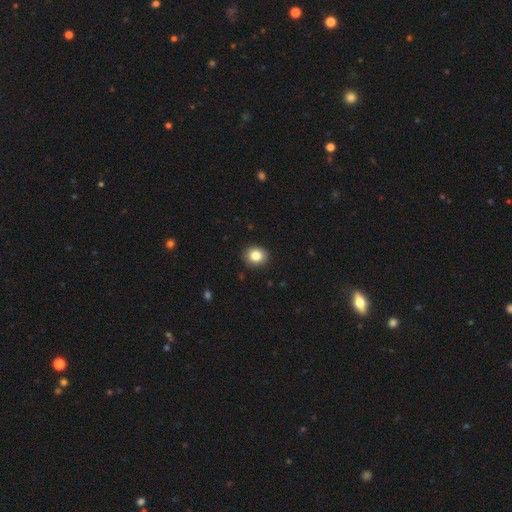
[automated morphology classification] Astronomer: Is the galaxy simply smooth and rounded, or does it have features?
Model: smooth — 84%.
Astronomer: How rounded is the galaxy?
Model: round — 70%.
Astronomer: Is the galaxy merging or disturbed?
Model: none — 91%.